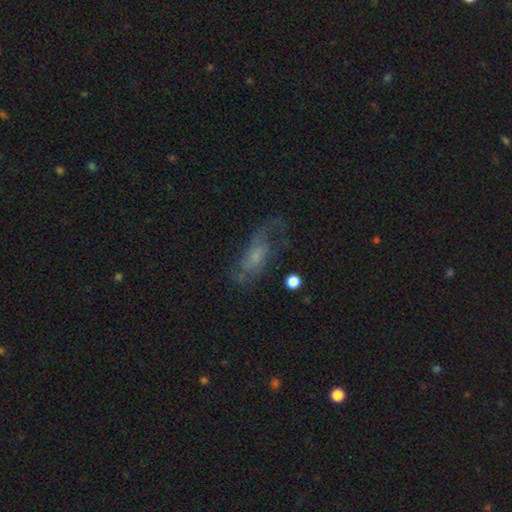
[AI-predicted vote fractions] Overall: featured or disk (51%; smooth 38%). Edge-on disk: no (89%). Merging: none (45%; major disturbance 29%).